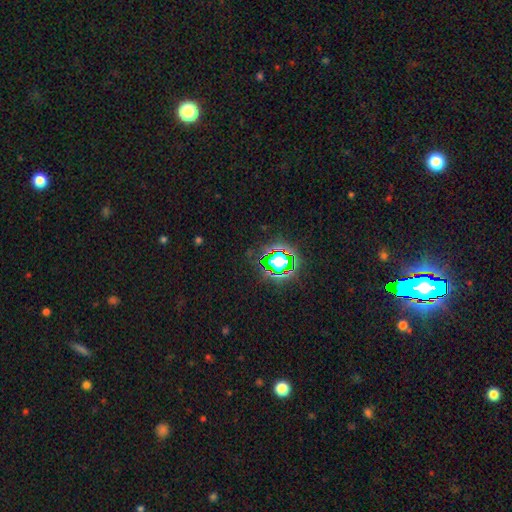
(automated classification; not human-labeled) This is likely a star or artifact rather than a galaxy (80%).